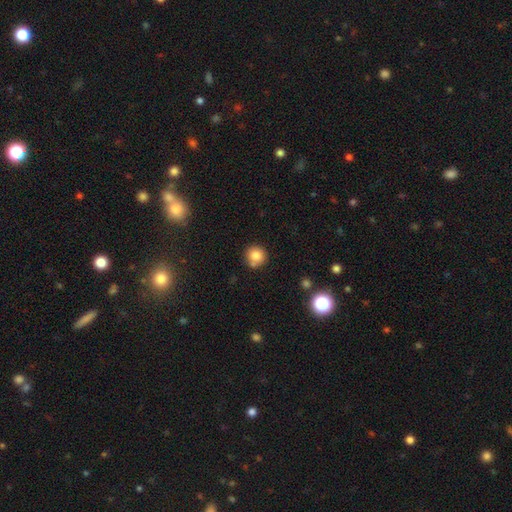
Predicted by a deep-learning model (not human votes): Smooth or featured: smooth — 81% (star or artifact — 11%)
How rounded: round — 92% (in between — 7%)
Merging: none — 72% (minor disturbance — 13%)